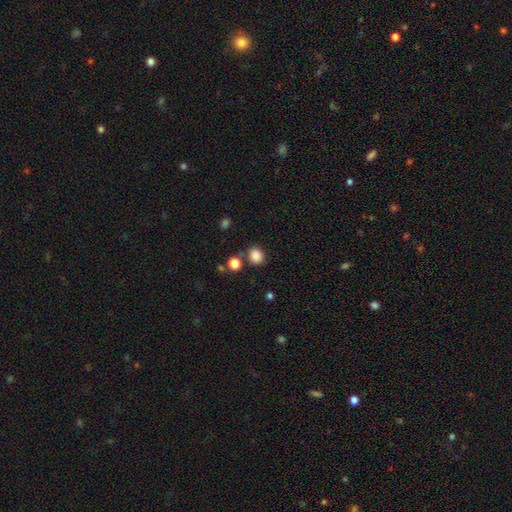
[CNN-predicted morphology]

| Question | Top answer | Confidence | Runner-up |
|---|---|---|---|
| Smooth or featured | smooth | 85% | star or artifact (11%) |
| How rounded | round | 66% | in between (33%) |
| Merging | none | 75% | minor disturbance (11%) |